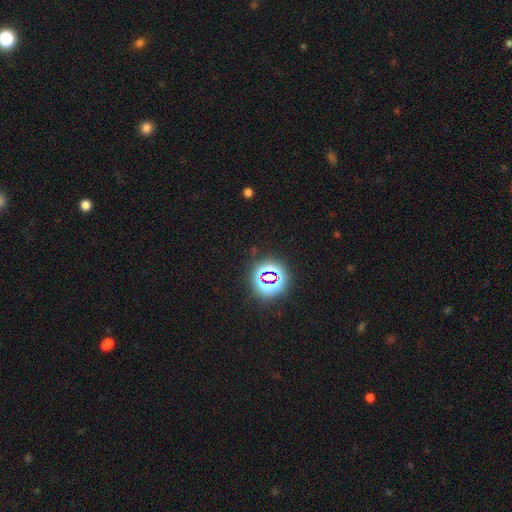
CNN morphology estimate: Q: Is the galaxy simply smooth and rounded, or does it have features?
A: star or artifact — 79%.